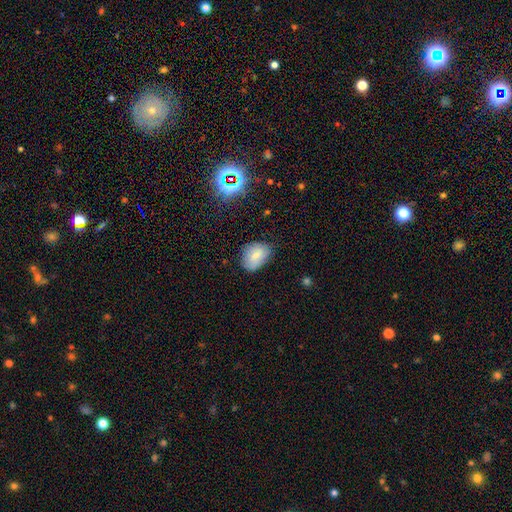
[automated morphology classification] smooth-or-featured: smooth: 75% | featured or disk: 16% | star or artifact: 10%
  how-rounded: in between: 74% | round: 25% | cigar-shaped: 1%
  merging: none: 64% | minor disturbance: 28% | major disturbance: 6% | merger: 2%